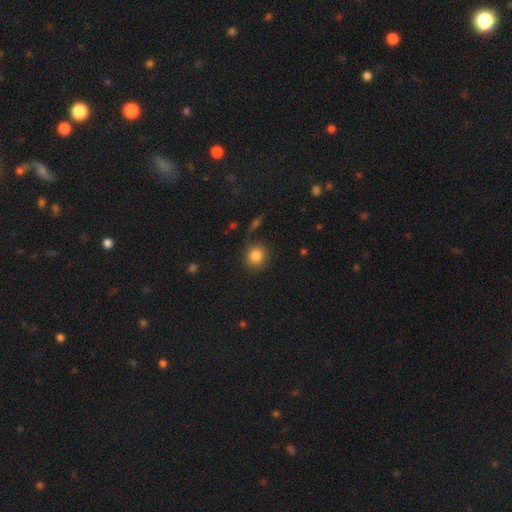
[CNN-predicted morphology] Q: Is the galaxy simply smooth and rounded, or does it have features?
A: smooth — 84%.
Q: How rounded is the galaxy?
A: round — 88%.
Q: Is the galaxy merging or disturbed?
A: none — 83%.